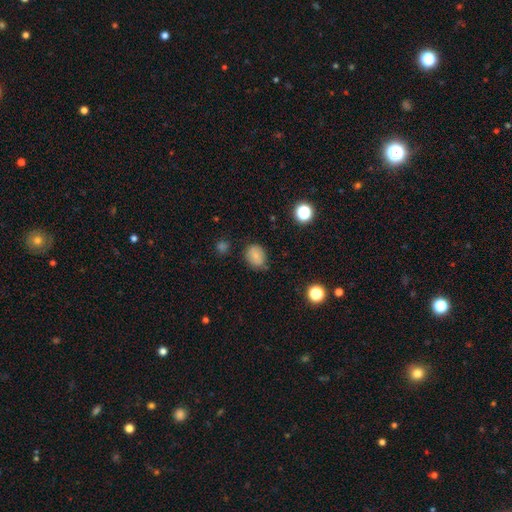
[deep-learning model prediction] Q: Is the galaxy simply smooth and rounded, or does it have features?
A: smooth — 79%.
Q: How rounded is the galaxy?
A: in between — 54%.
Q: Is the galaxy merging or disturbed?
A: none — 75%.